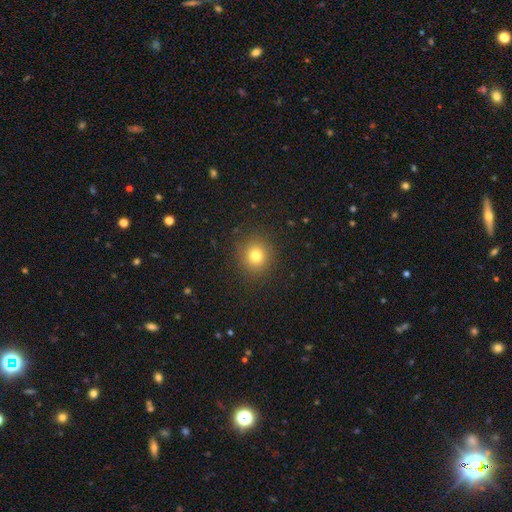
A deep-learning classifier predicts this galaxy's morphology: This is likely a smooth galaxy (79%). How rounded: clearly round (89%). Merging: clearly none (89%).